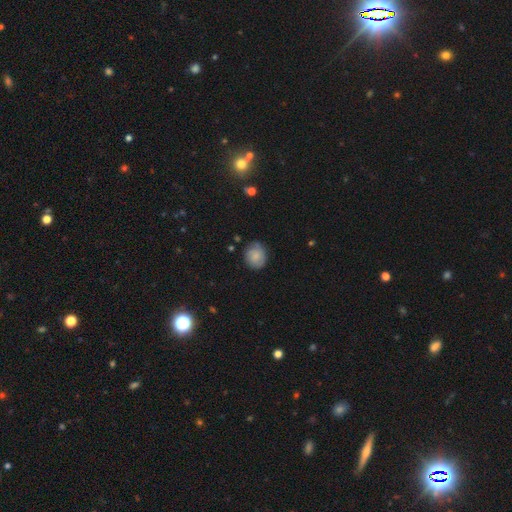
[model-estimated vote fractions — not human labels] Overall: smooth (77%). How rounded: round (71%). Merging: none (73%).